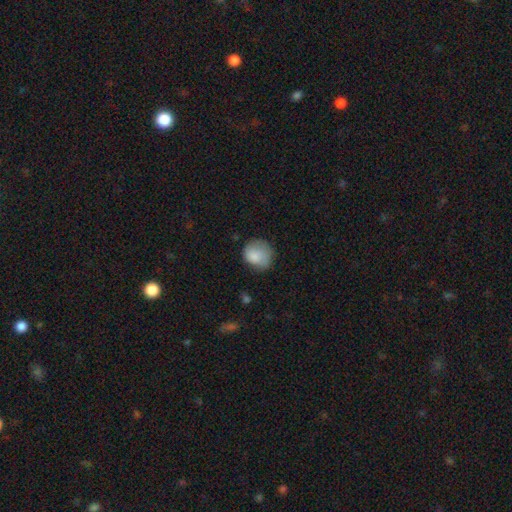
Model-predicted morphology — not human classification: smooth 83%, featured or disk 9%, star or artifact 7%. Down the decision tree: how rounded — round (74%); merging — none (58%).